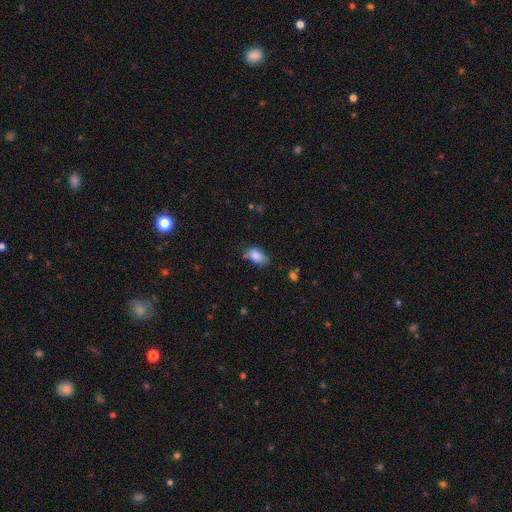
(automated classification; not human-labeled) This is clearly a smooth galaxy (82%). How rounded: clearly in between (90%). Merging: possibly none (55%).